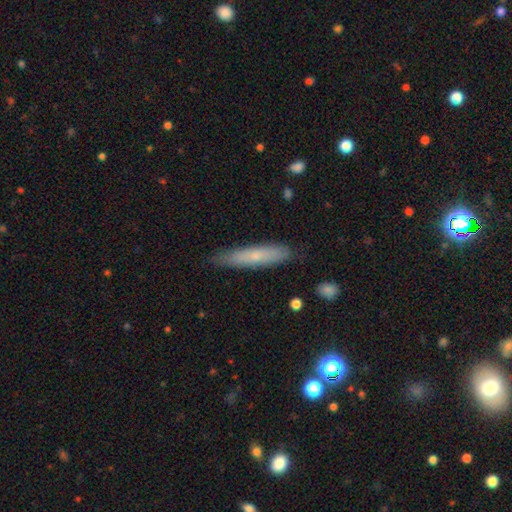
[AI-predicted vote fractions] Smooth or featured?
  - smooth: 64% *
  - featured or disk: 29%
  - star or artifact: 7%
How rounded?
  - cigar-shaped: 88% *
  - in between: 11%
  - round: 2%
Merging?
  - none: 82% *
  - minor disturbance: 14%
  - major disturbance: 2%
  - merger: 1%